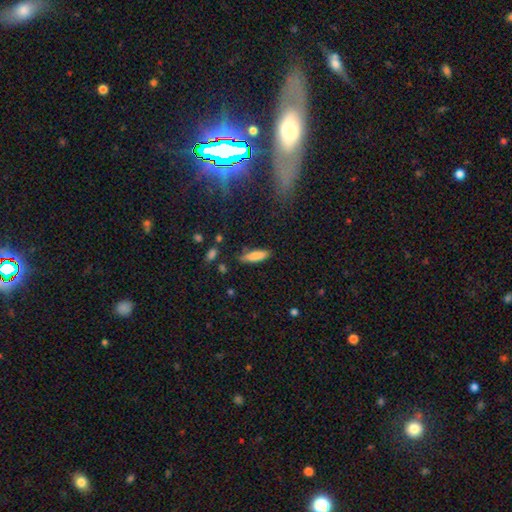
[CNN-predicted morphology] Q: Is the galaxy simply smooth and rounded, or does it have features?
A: smooth — 82%.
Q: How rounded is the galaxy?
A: cigar-shaped — 58%.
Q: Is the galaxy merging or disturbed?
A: none — 79%.